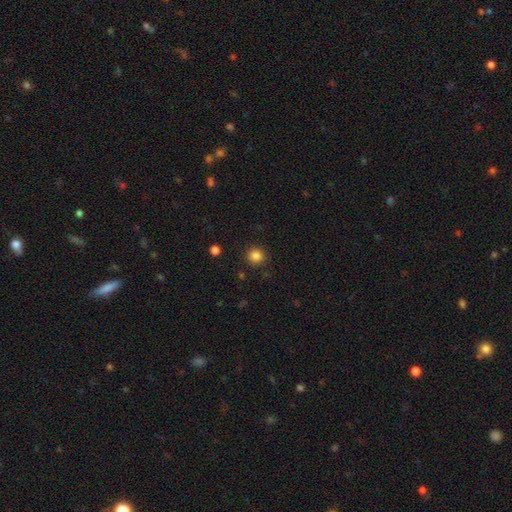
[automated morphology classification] Smooth or featured: smooth — 84% (star or artifact — 12%)
How rounded: round — 92% (in between — 7%)
Merging: none — 90% (minor disturbance — 6%)